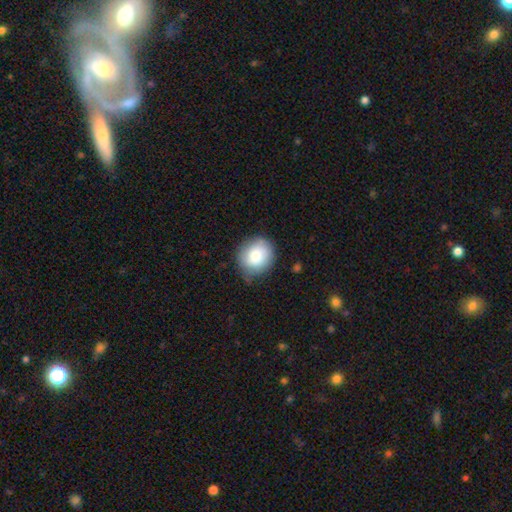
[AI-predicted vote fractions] Morphology: type=smooth (77%); roundness=round (80%); merging=none (71%).